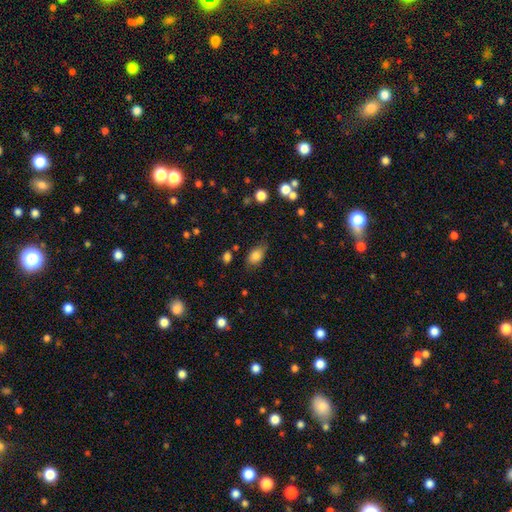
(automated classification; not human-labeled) Morphology: type=smooth (80%); roundness=in between (86%); merging=none (68%).